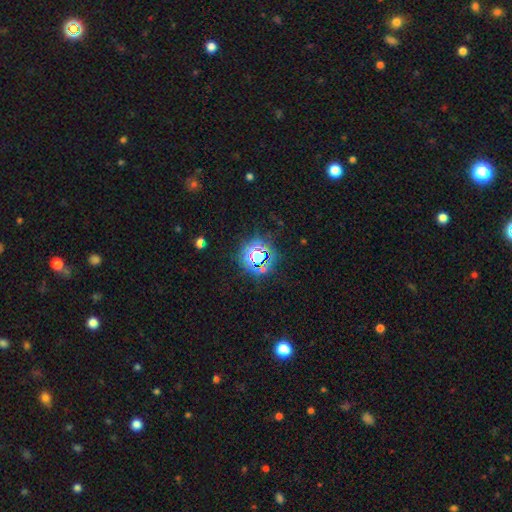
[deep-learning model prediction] A star or artifact, not a galaxy (72%).